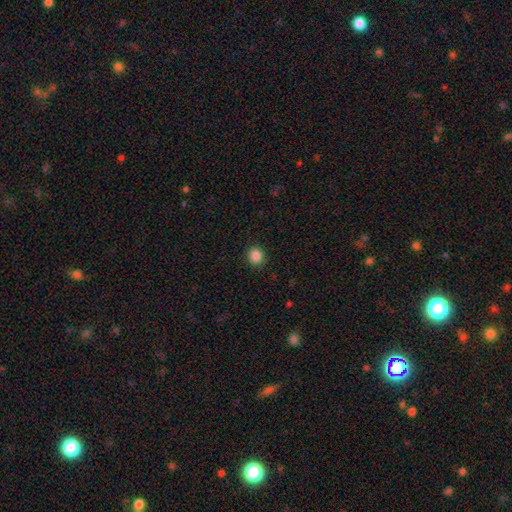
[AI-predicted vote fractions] Q: Smooth or featured?
A: smooth (87%); runner-up: star or artifact (10%)
Q: How rounded?
A: round (77%); runner-up: in between (22%)
Q: Merging?
A: none (91%); runner-up: minor disturbance (6%)